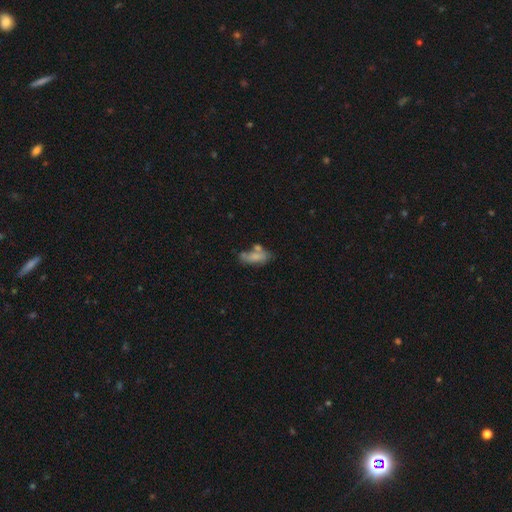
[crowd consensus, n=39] Volunteers were most divided on "merging": none: 50%, minor disturbance: 25%, merger: 22%, major disturbance: 3%. More confident: smooth or featured — smooth (77%); how rounded — in between (70%).